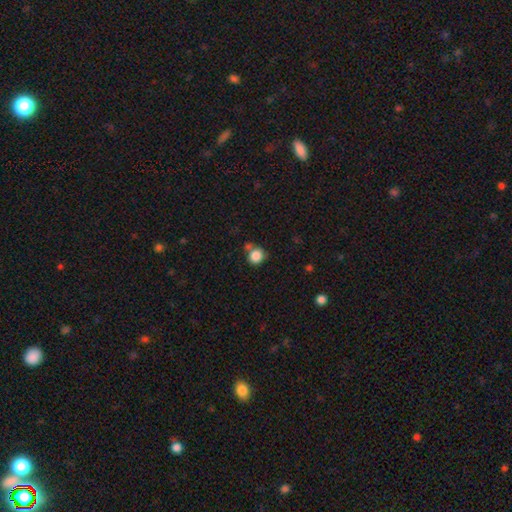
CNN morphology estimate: This is clearly a smooth galaxy (86%). How rounded: clearly round (83%). Merging: likely none (63%).